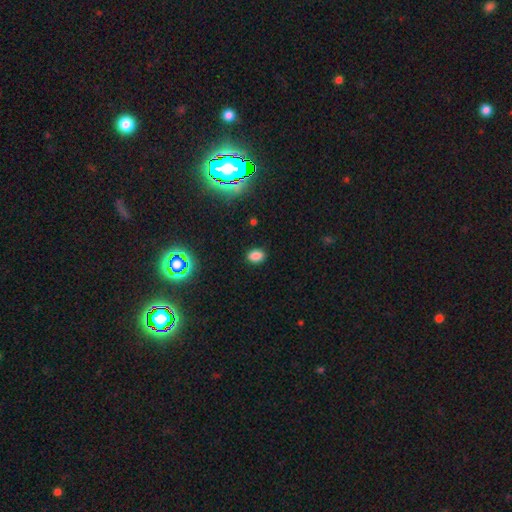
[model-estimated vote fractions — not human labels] smooth 79%, star or artifact 16%, featured or disk 5%. Down the decision tree: how rounded — in between (75%); merging — none (88%).